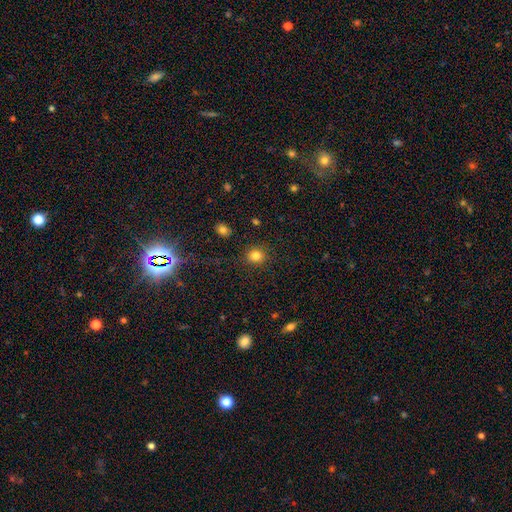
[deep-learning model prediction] This is clearly a smooth galaxy (82%). How rounded: clearly round (84%). Merging: clearly none (88%).